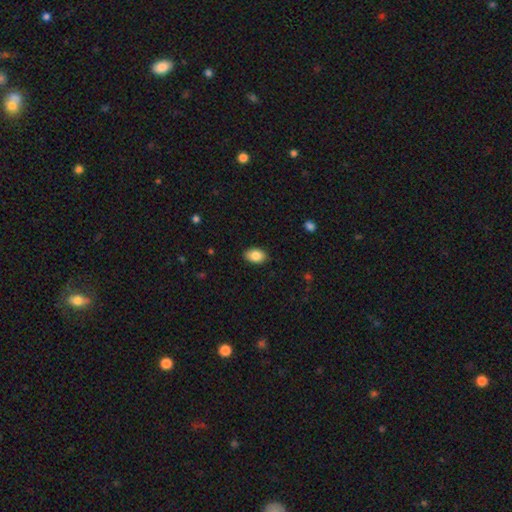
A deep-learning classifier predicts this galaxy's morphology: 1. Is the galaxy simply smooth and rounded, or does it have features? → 86% smooth, 7% star or artifact, 7% featured or disk.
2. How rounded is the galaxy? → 88% in between, 11% round, 1% cigar-shaped.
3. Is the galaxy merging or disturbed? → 88% none, 9% minor disturbance, 2% major disturbance, 1% merger.